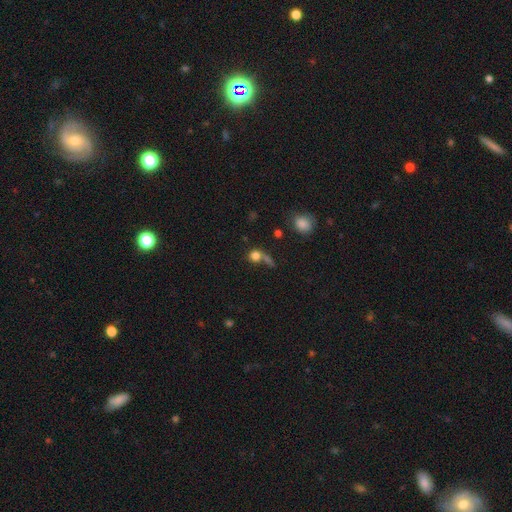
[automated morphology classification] Overall: smooth (77%). How rounded: round (83%). Merging: none (48%; merger 29%).